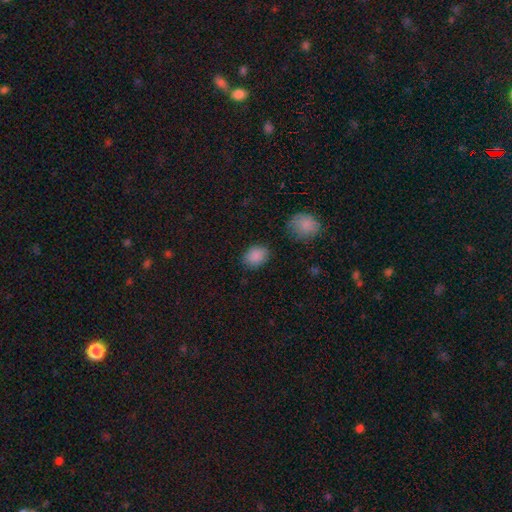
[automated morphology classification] This is clearly a smooth galaxy (87%). How rounded: likely in between (66%). Merging: likely none (80%).